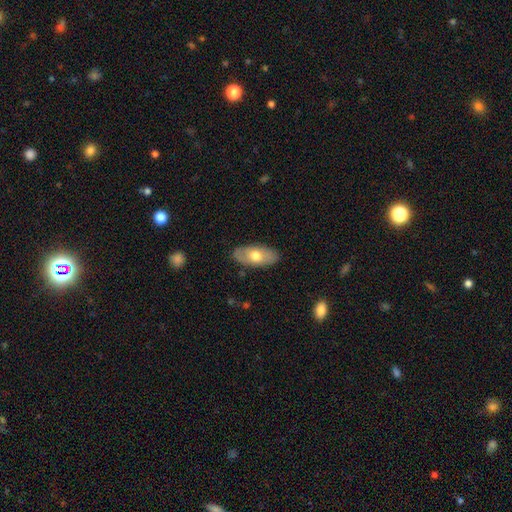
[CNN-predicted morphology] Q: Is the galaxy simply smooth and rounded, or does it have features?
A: smooth — 62%.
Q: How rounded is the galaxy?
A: in between — 90%.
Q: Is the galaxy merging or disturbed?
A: none — 85%.